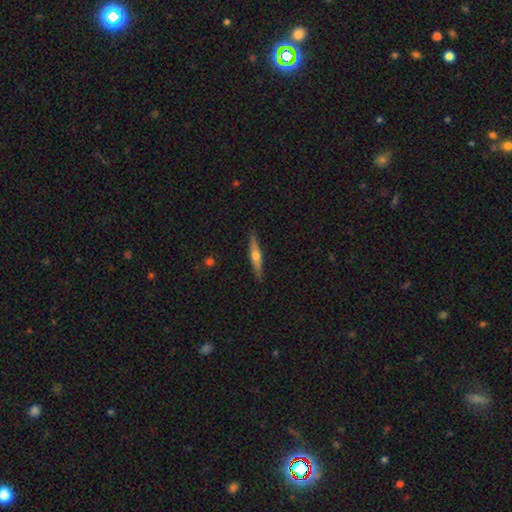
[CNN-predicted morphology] Q: Smooth or featured?
A: featured or disk (53%); runner-up: smooth (41%)
Q: Edge-on disk?
A: yes (95%); runner-up: no (5%)
Q: Edge-on bulge?
A: rounded (89%); runner-up: none (8%)
Q: Merging?
A: none (89%); runner-up: minor disturbance (8%)